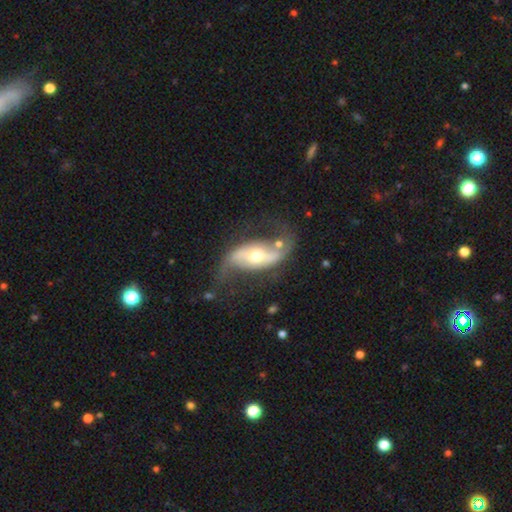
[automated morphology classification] This is clearly a featured or disk galaxy (86%). It is clearly not viewed edge-on (93%). Bar: marginally strong (41%). Spiral arm pattern: clearly yes (93%). Spiral arm count: clearly 2 (92%). Spiral winding: likely loose (78%). Central bulge: likely moderate (61%). Merging: likely none (64%).